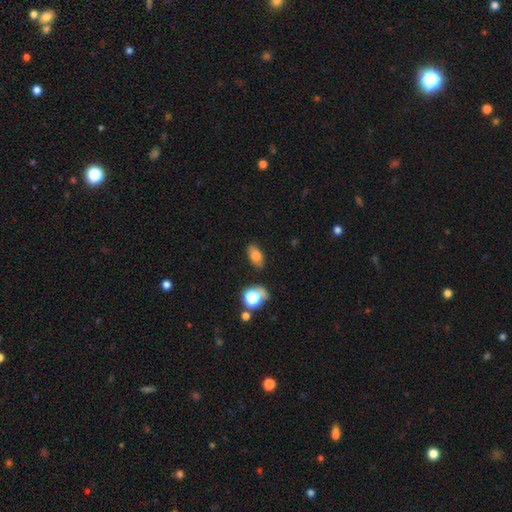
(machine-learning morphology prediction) Overall: smooth (74%). How rounded: in between (86%). Merging: none (82%).